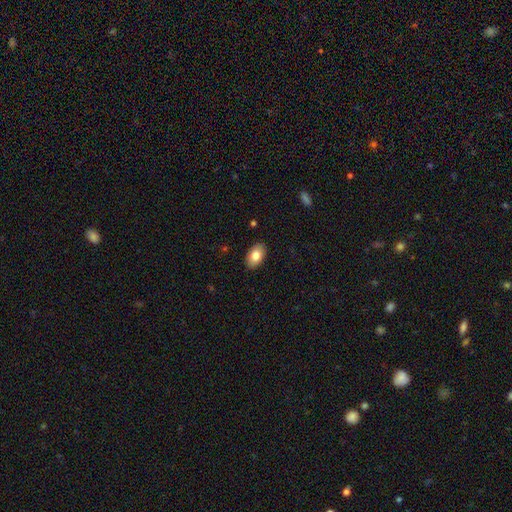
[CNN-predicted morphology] This is clearly a smooth galaxy (81%). How rounded: clearly in between (93%). Merging: clearly none (89%).